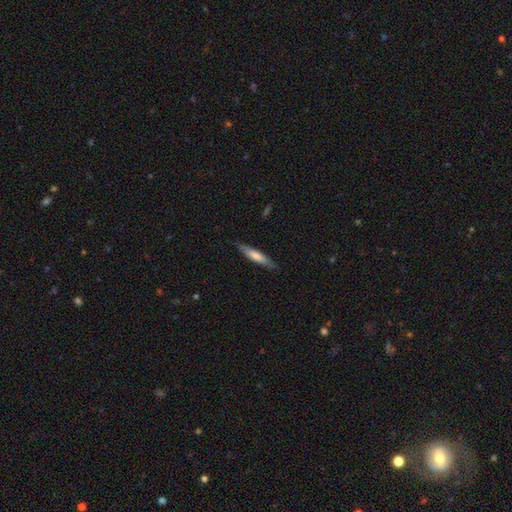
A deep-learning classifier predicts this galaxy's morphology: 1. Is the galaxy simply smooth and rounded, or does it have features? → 58% smooth, 36% featured or disk, 6% star or artifact.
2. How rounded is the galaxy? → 89% cigar-shaped, 9% in between, 1% round.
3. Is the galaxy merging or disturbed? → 87% none, 10% minor disturbance, 2% major disturbance, 1% merger.